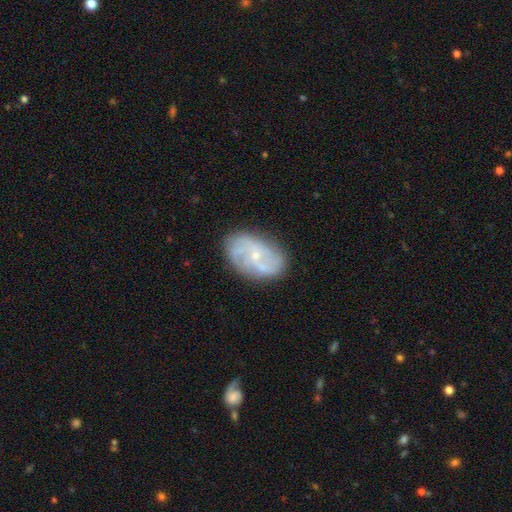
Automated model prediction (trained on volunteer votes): Overall: featured or disk (76%). Edge-on disk: no (96%). Bar: no (63%; weak 31%). Spiral arms: yes (87%). Spiral arm count: 2 (38%; can't tell 29%). Spiral winding: medium (43%; tight 31%). Bulge size: small (76%). Merging: none (75%).